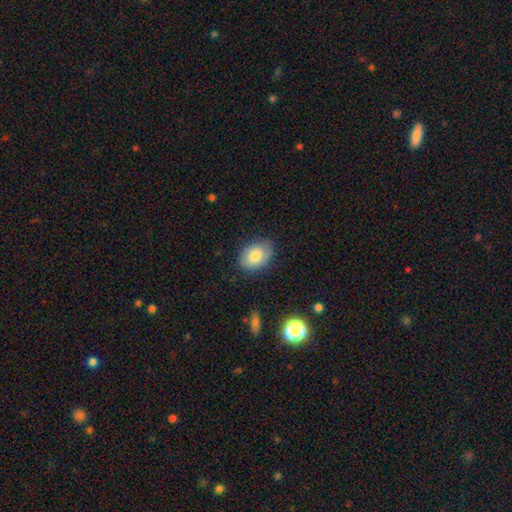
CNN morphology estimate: Q: Smooth or featured?
A: smooth (82%); runner-up: featured or disk (12%)
Q: How rounded?
A: in between (84%); runner-up: round (15%)
Q: Merging?
A: none (79%); runner-up: minor disturbance (16%)